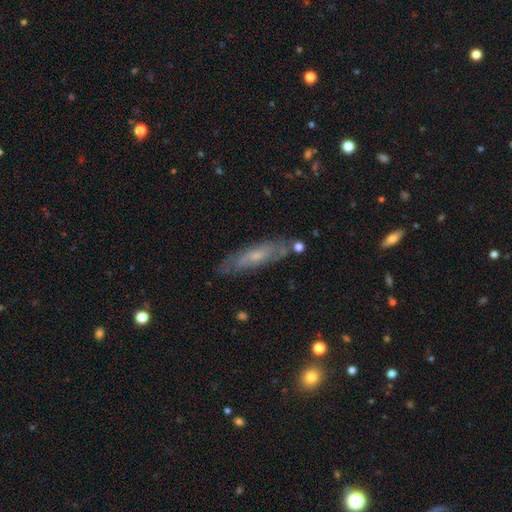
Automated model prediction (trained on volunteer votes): This appears to be a featured or disk galaxy (56%). Merging: none (75%).